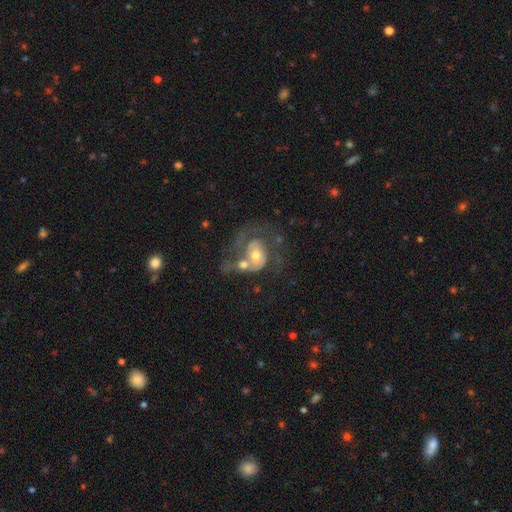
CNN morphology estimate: Q: Smooth or featured?
A: featured or disk (72%); runner-up: smooth (22%)
Q: Edge-on disk?
A: no (97%); runner-up: yes (3%)
Q: Bar?
A: no (69%); runner-up: weak (25%)
Q: Spiral arms?
A: yes (76%); runner-up: no (24%)
Q: Spiral winding?
A: medium (43%); runner-up: tight (31%)
Q: Spiral arm count?
A: 2 (49%); runner-up: 1 (26%)
Q: Bulge size?
A: moderate (67%); runner-up: small (22%)
Q: Merging?
A: merger (48%); runner-up: major disturbance (23%)